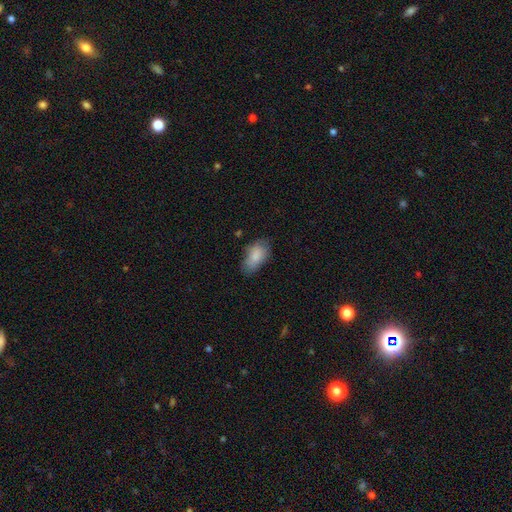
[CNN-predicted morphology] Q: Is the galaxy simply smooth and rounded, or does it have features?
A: smooth — 84%.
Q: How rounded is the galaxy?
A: in between — 93%.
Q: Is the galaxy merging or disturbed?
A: none — 68%.